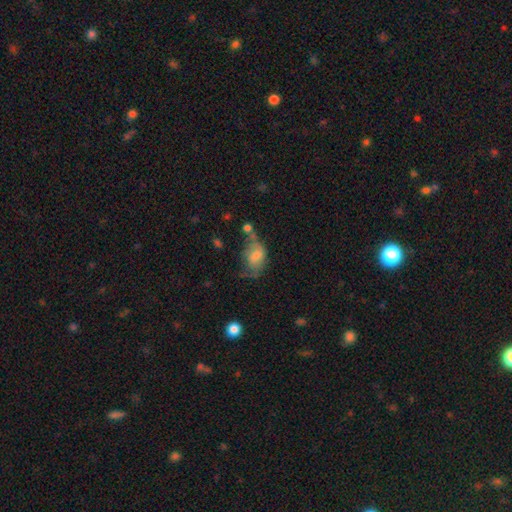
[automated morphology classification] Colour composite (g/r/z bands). It shows a smooth galaxy with no disk features (66%) that is in between round and cigar-shaped (84%). Merging: minor disturbance (31%).